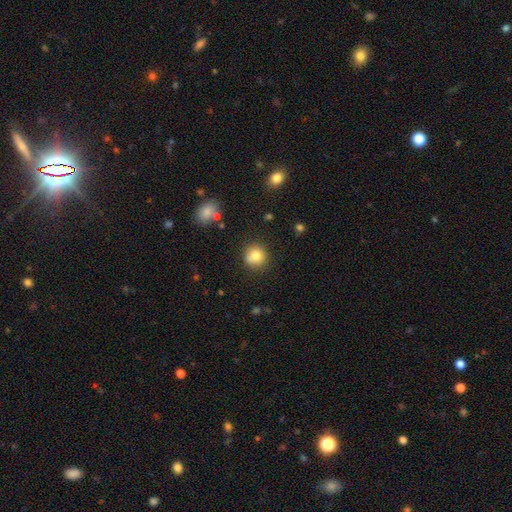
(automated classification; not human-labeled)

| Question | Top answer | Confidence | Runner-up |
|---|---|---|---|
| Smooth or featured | smooth | 79% | star or artifact (11%) |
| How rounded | round | 90% | in between (9%) |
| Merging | none | 74% | minor disturbance (12%) |